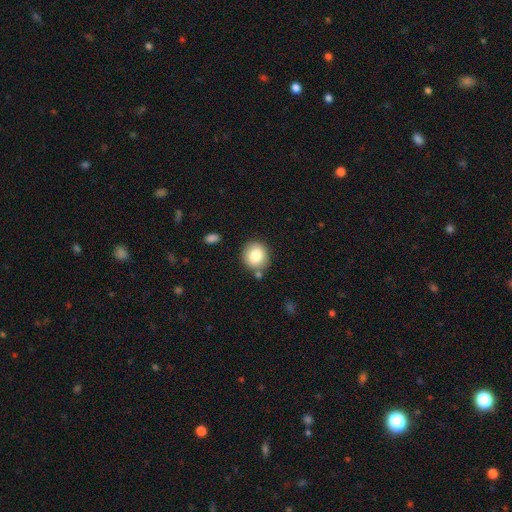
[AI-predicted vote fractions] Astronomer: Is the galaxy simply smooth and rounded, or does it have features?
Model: smooth — 83%.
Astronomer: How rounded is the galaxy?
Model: round — 84%.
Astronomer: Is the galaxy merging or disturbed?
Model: none — 79%.